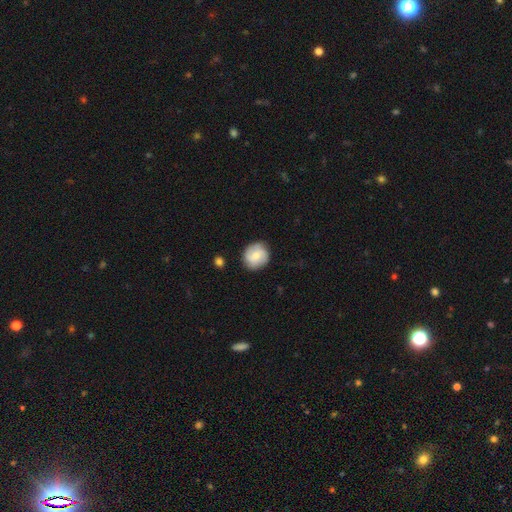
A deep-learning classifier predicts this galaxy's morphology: smooth_or_featured: featured or disk (p=0.47) [alt: smooth p=0.46]
merging: none (p=0.86) [alt: minor disturbance p=0.10]